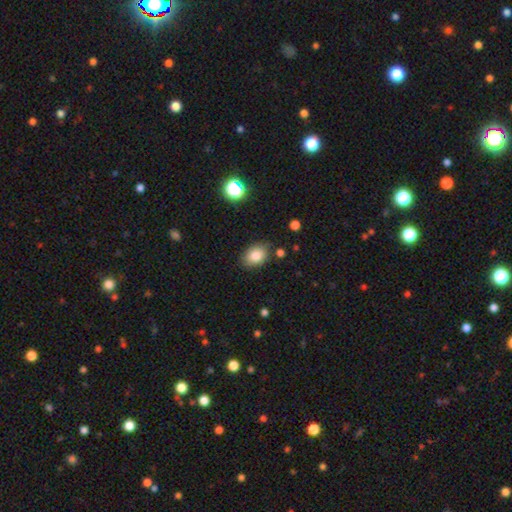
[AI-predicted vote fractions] The model was most divided on "how rounded": in between: 76%, round: 23%, cigar-shaped: 1%. More confident: smooth or featured — smooth (84%); merging — none (81%).